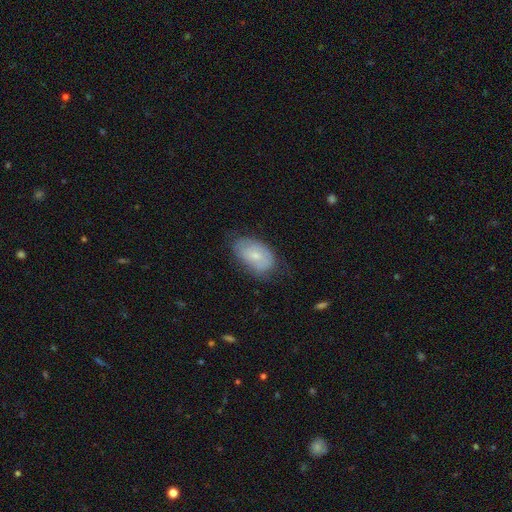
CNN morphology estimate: Smooth or featured: smooth — 57% (featured or disk — 36%)
How rounded: in between — 91% (round — 7%)
Merging: none — 62% (minor disturbance — 29%)